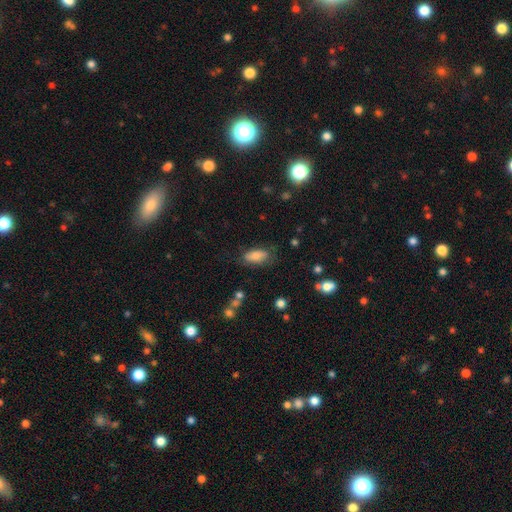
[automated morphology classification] A smooth galaxy with no disk features (78%) that is in between round and cigar-shaped (87%).

Vote fractions:
- Smooth or featured? smooth: 78% / featured or disk: 14% / star or artifact: 8%
- How rounded? in between: 87% / cigar-shaped: 10% / round: 3%
- Merging? none: 68% / minor disturbance: 22% / major disturbance: 8% / merger: 2%